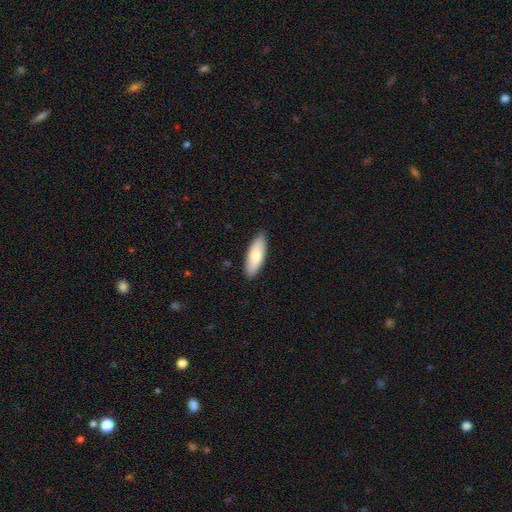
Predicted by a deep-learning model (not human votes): Smooth or featured? Predicted: smooth (p=0.80). How rounded? Predicted: in between (p=0.71). Merging? Predicted: none (p=0.86).